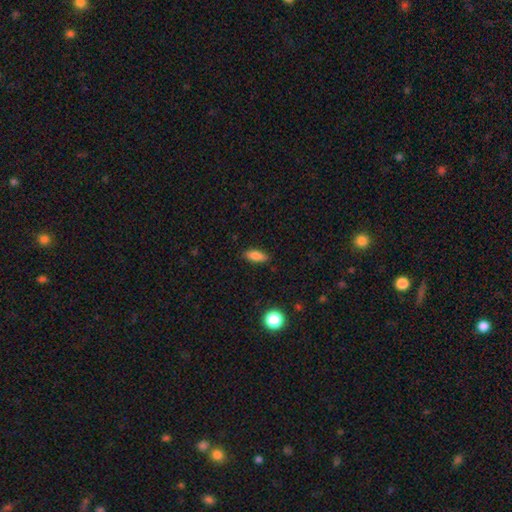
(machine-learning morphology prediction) The model was most divided on "how rounded": in between: 76%, cigar-shaped: 21%, round: 3%. More confident: merging — none (85%); smooth or featured — smooth (85%).